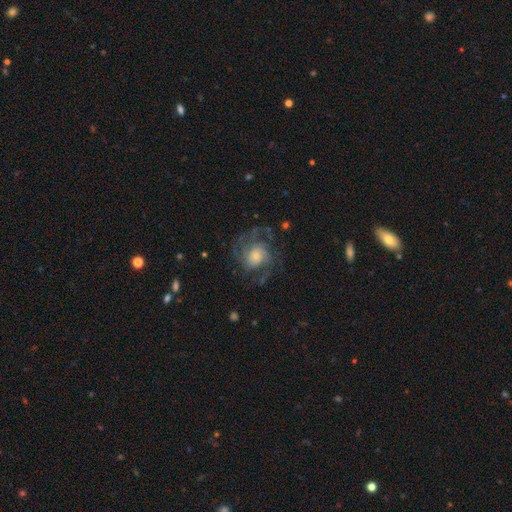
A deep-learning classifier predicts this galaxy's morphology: Smooth or featured? Predicted: featured or disk (p=0.77). Edge-on disk? Predicted: no (p=0.98). Bar? Predicted: no (p=0.72). Spiral arms? Predicted: yes (p=0.92). Spiral winding? Predicted: medium (p=0.43, tied with tight). Spiral arm count? Predicted: can't tell (p=0.29). Bulge size? Predicted: moderate (p=0.41). Merging? Predicted: none (p=0.68).